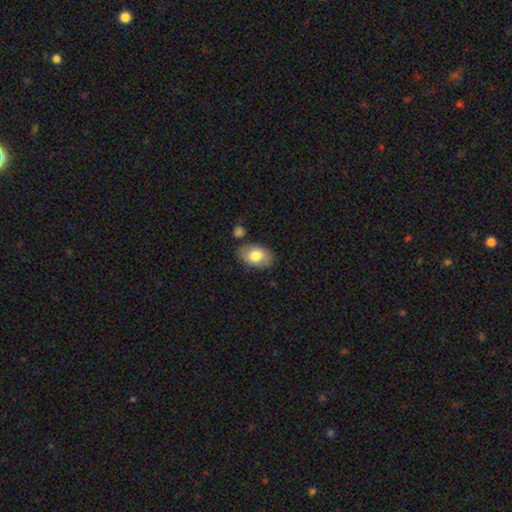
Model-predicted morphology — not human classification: This is likely a smooth galaxy (79%). How rounded: clearly in between (89%). Merging: likely none (78%).